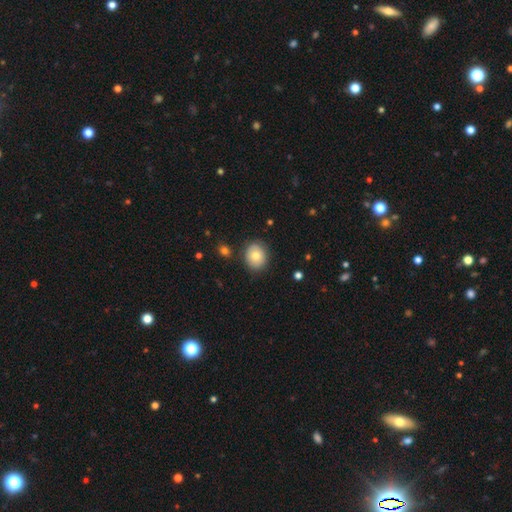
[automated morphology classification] Q: Smooth or featured?
A: smooth (76%); runner-up: featured or disk (15%)
Q: How rounded?
A: round (63%); runner-up: in between (36%)
Q: Merging?
A: none (84%); runner-up: minor disturbance (11%)